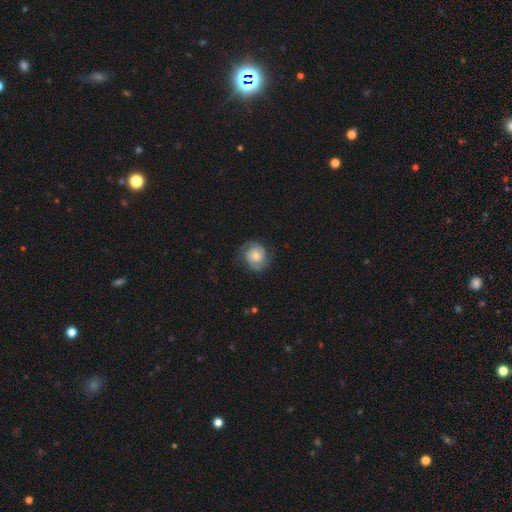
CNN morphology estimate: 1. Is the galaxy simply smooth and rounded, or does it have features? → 64% featured or disk, 28% smooth, 7% star or artifact.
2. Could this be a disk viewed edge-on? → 98% no, 2% yes.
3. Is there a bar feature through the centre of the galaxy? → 72% no, 24% weak, 4% strong.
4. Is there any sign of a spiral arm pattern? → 92% yes, 8% no.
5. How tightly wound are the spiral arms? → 52% tight, 36% medium, 12% loose.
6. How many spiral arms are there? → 79% 2, 11% can't tell, 4% 3, 3% 1, 2% 4, 2% more than 4.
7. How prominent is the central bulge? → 45% moderate, 43% small, 6% large, 4% none, 2% dominant.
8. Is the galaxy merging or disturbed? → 74% none, 16% minor disturbance, 8% major disturbance, 1% merger.